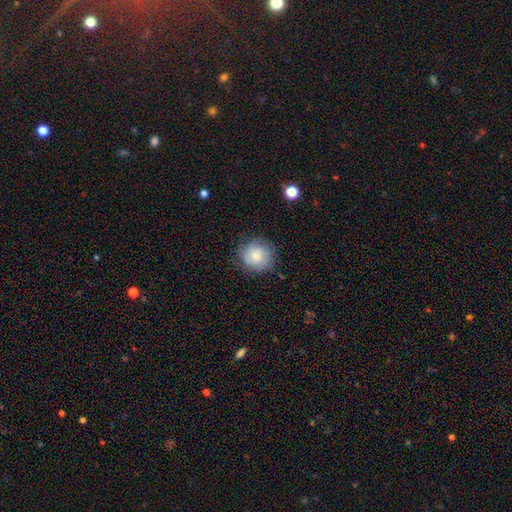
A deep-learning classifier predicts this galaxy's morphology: smooth-or-featured: smooth: 75% | featured or disk: 17% | star or artifact: 8%
  how-rounded: round: 90% | in between: 9% | cigar-shaped: 1%
  merging: none: 77% | minor disturbance: 17% | major disturbance: 5% | merger: 1%